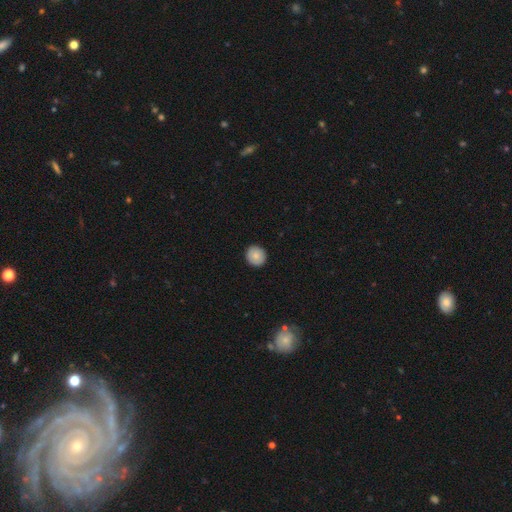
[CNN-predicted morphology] smooth_or_featured: smooth (p=0.82) [alt: featured or disk p=0.11]
how_rounded: round (p=0.93) [alt: in between p=0.06]
merging: none (p=0.92) [alt: minor disturbance p=0.06]